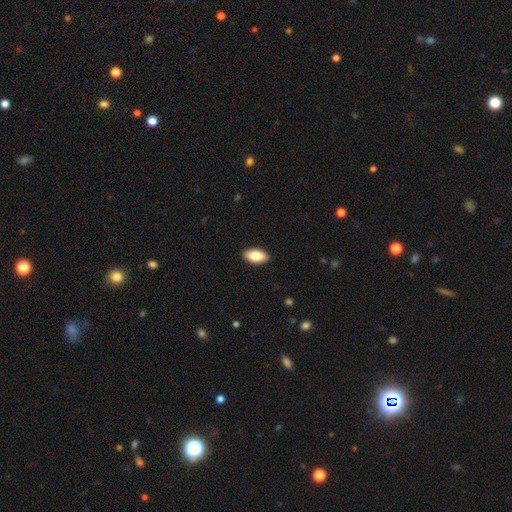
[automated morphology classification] The model was most divided on "smooth or featured": smooth: 83%, featured or disk: 11%, star or artifact: 6%. More confident: how rounded — in between (93%); merging — none (90%).